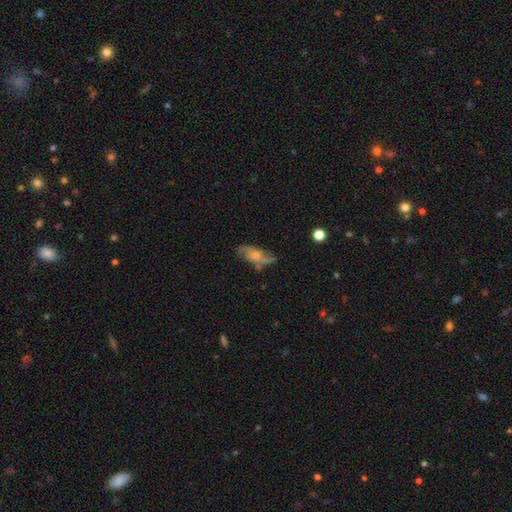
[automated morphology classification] Smooth or featured: featured or disk — 57% (smooth — 35%)
Edge-on disk: no — 85% (yes — 15%)
Merging: none — 58% (minor disturbance — 25%)